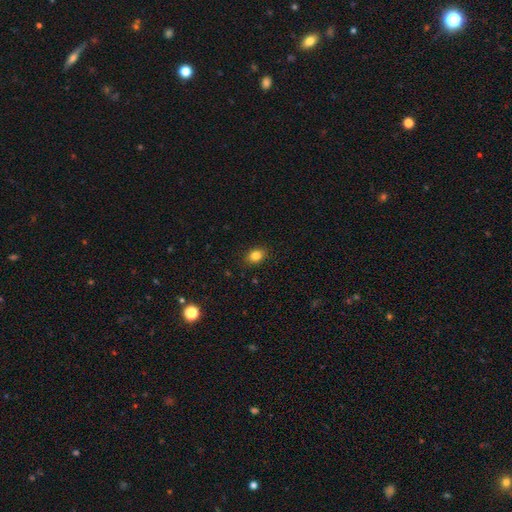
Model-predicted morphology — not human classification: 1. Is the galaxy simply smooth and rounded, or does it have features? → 83% smooth, 11% star or artifact, 6% featured or disk.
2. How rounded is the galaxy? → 64% in between, 35% round, 1% cigar-shaped.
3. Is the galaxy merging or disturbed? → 88% none, 8% minor disturbance, 2% major disturbance, 1% merger.